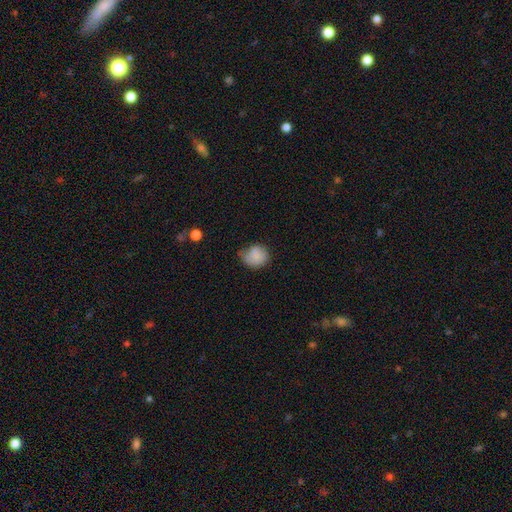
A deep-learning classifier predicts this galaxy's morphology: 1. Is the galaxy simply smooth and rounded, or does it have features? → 83% smooth, 9% featured or disk, 9% star or artifact.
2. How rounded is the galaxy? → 70% round, 29% in between, 1% cigar-shaped.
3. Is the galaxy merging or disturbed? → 48% none, 38% minor disturbance, 11% major disturbance, 3% merger.